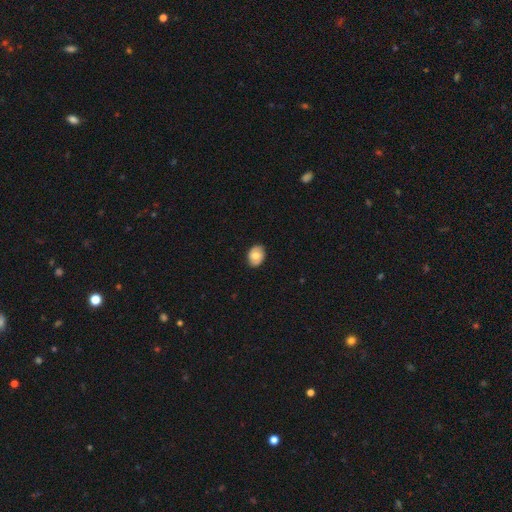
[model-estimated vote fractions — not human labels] smooth 63%, featured or disk 29%, star or artifact 8%. Down the decision tree: how rounded — in between (67%); merging — none (86%).